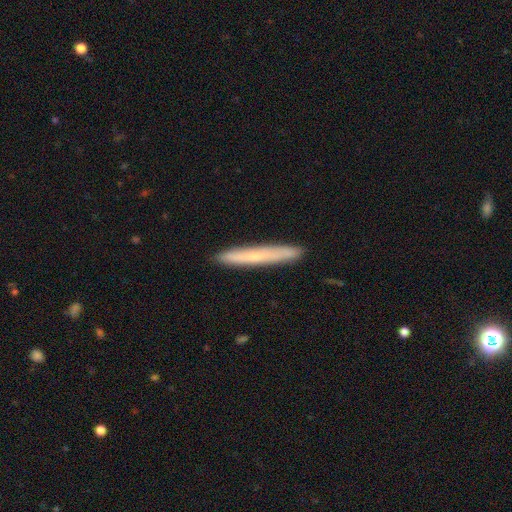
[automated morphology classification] A smooth galaxy with no disk features (53%) that is cigar-shaped (96%). Merging: none (90%).